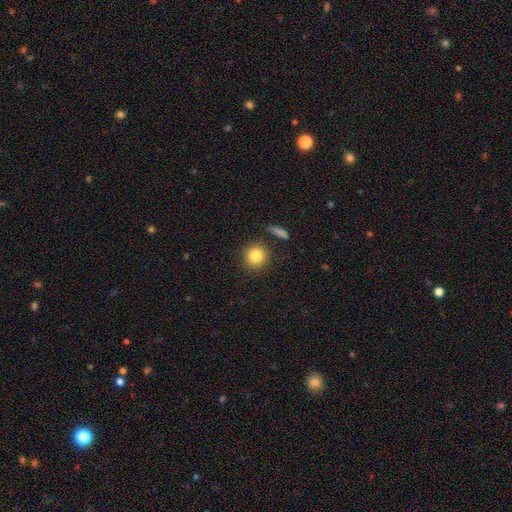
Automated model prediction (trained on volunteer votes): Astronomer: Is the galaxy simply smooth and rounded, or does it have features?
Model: smooth — 84%.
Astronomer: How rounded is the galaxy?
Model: round — 92%.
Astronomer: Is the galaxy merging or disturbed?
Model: none — 83%.